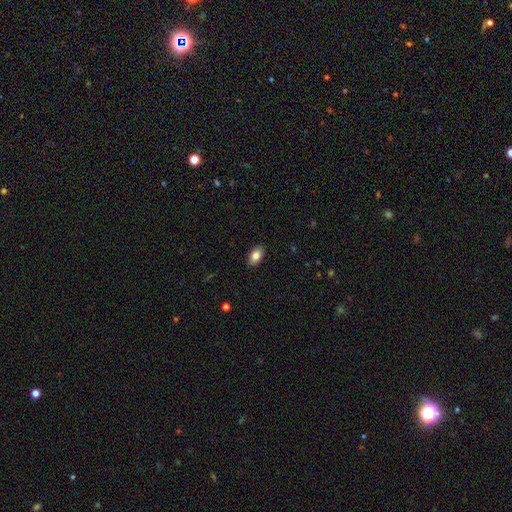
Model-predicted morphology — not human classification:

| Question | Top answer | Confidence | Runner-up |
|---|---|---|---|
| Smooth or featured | smooth | 84% | featured or disk (8%) |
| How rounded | in between | 91% | round (7%) |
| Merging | none | 89% | minor disturbance (8%) |